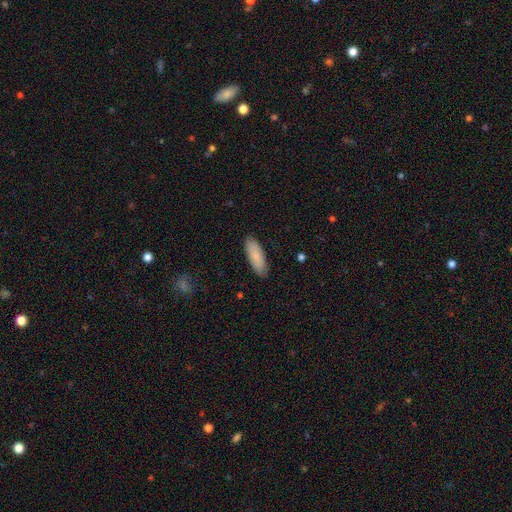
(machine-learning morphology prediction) smooth 84%, featured or disk 11%, star or artifact 6%. Down the decision tree: how rounded — in between (65%); merging — none (87%).